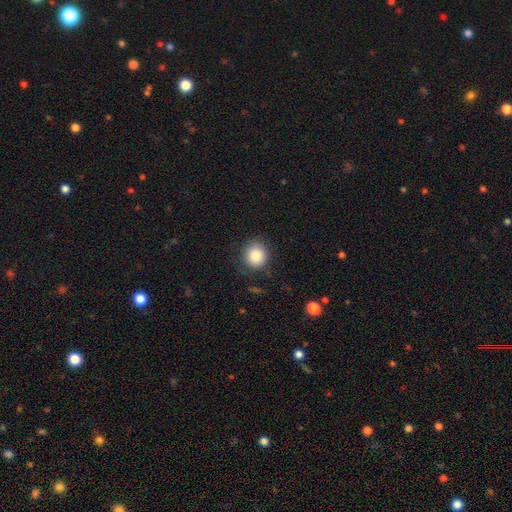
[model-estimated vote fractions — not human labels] A smooth galaxy with no disk features (86%) that is round (84%).

Vote fractions:
- Smooth or featured? smooth: 86% / star or artifact: 8% / featured or disk: 6%
- How rounded? round: 84% / in between: 15% / cigar-shaped: 1%
- Merging? none: 80% / minor disturbance: 14% / major disturbance: 5% / merger: 1%